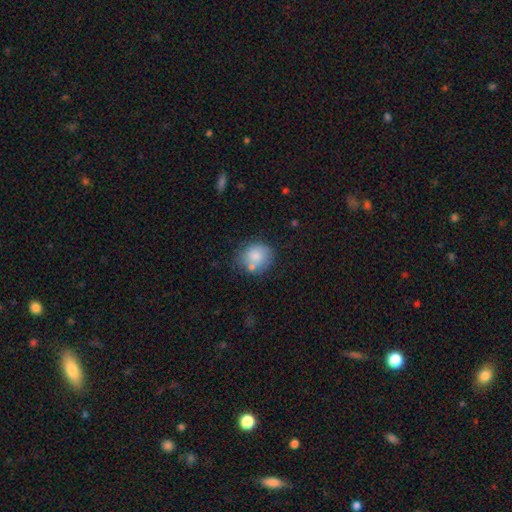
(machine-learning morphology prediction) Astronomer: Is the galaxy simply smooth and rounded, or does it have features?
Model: smooth — 77%.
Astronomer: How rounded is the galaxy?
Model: round — 73%.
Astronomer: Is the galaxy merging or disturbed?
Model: none — 56%.